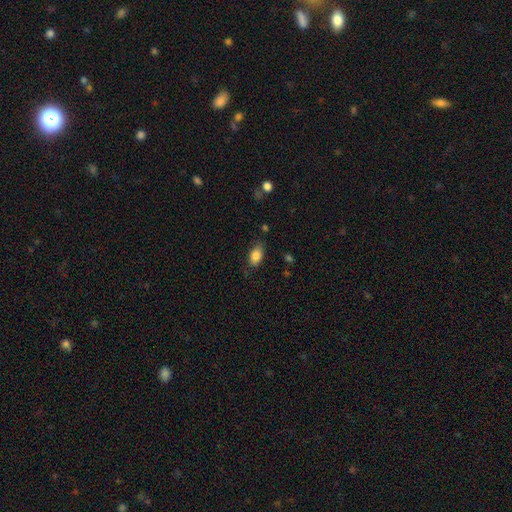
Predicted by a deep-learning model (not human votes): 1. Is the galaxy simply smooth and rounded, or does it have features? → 85% smooth, 8% star or artifact, 7% featured or disk.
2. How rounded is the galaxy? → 88% in between, 9% round, 3% cigar-shaped.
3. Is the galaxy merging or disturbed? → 74% none, 20% minor disturbance, 5% major disturbance, 2% merger.